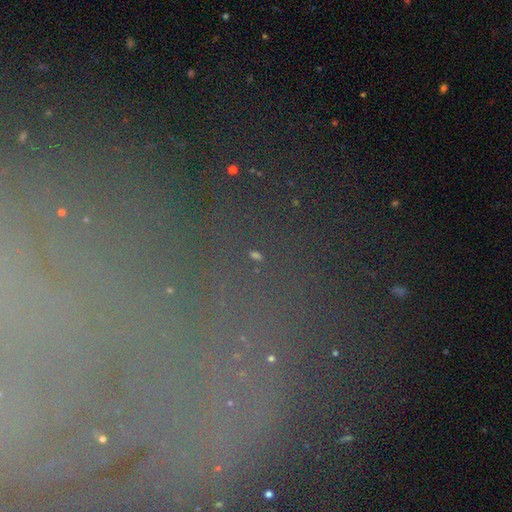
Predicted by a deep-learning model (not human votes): This is likely a star or artifact rather than a galaxy (74%).